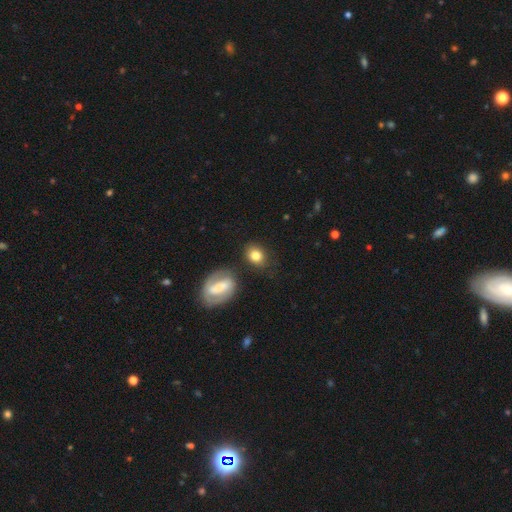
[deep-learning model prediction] This is likely a smooth galaxy (78%). How rounded: possibly in between (49%, tied with round). Merging: likely none (75%).